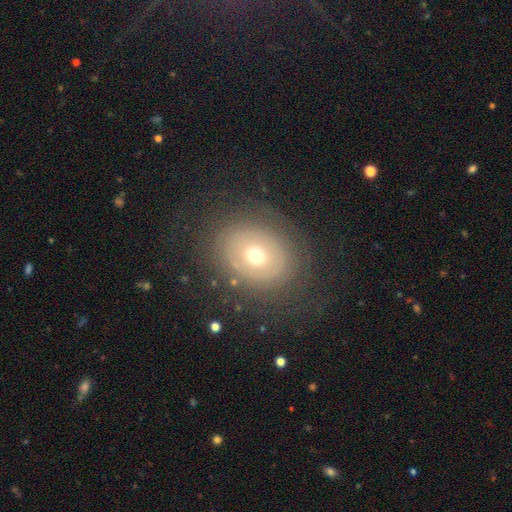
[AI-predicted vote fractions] This is possibly a smooth galaxy (49%). Merging: likely none (77%).